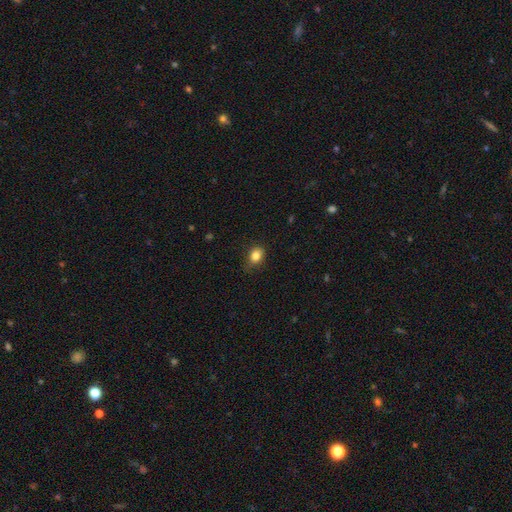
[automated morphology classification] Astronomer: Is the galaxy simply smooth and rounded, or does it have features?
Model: smooth — 84%.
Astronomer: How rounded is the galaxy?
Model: in between — 56% (runner-up: round, 43%).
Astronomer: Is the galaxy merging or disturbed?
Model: none — 74%.